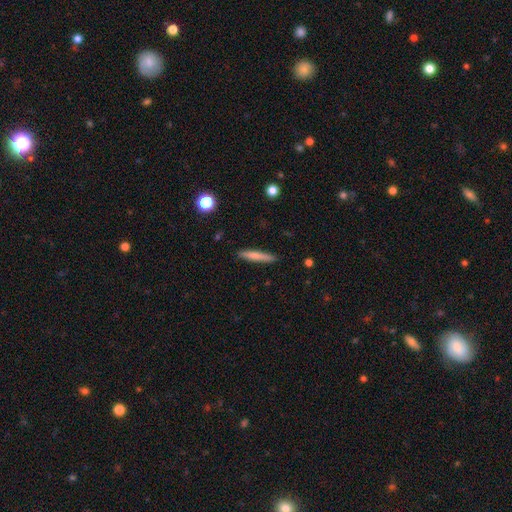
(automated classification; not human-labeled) smooth_or_featured: smooth (p=0.74) [alt: featured or disk p=0.19]
how_rounded: cigar-shaped (p=0.94) [alt: in between p=0.05]
merging: none (p=0.89) [alt: minor disturbance p=0.08]